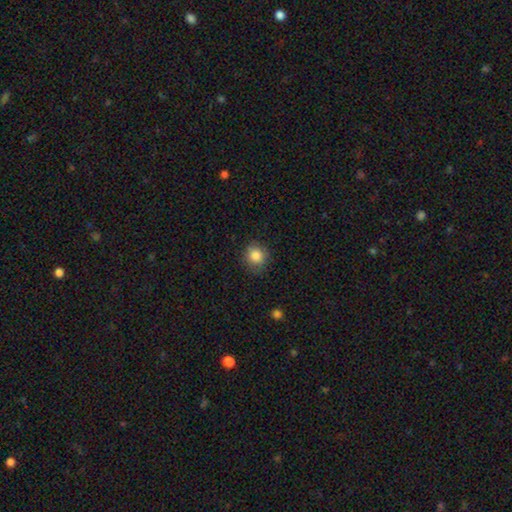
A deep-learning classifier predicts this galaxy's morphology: Smooth or featured: smooth — 85% (star or artifact — 10%)
How rounded: round — 85% (in between — 14%)
Merging: none — 84% (minor disturbance — 12%)